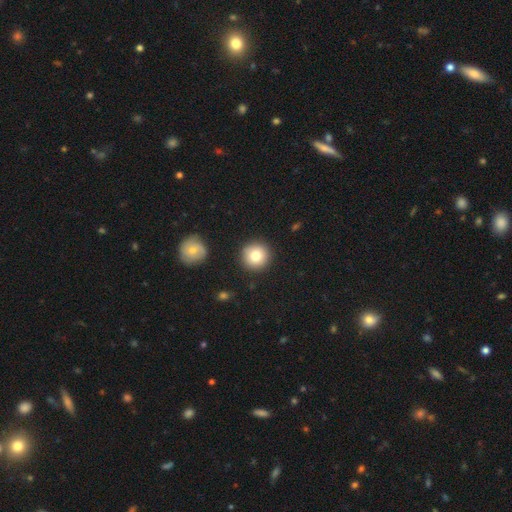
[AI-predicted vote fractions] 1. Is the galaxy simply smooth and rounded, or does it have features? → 80% smooth, 11% featured or disk, 10% star or artifact.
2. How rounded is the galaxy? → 95% round, 4% in between, 1% cigar-shaped.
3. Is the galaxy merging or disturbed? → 90% none, 6% minor disturbance, 2% major disturbance, 2% merger.